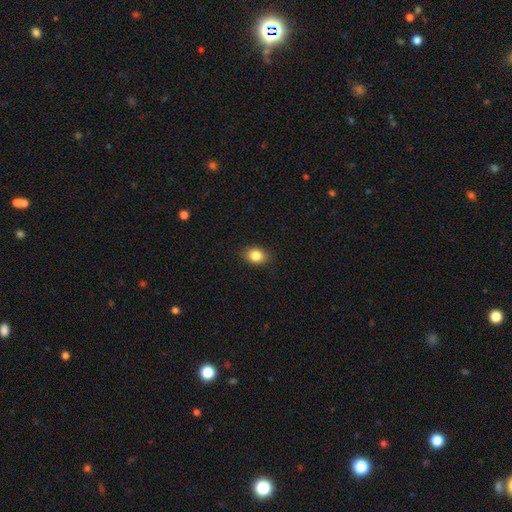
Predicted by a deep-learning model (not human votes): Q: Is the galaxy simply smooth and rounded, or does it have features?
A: smooth — 84%.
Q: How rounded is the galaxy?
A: in between — 68%.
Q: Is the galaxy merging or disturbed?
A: none — 87%.